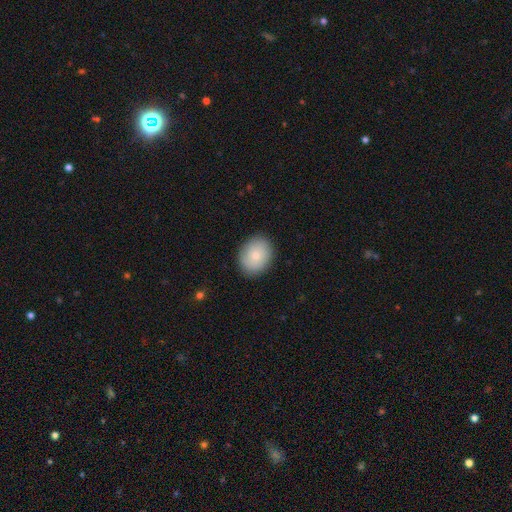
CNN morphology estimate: A smooth galaxy with no disk features (77%) that is round (52%).

Vote fractions:
- Smooth or featured? smooth: 77% / featured or disk: 16% / star or artifact: 7%
- How rounded? round: 52% / in between: 47% / cigar-shaped: 1%
- Merging? none: 86% / minor disturbance: 10% / major disturbance: 3% / merger: 1%